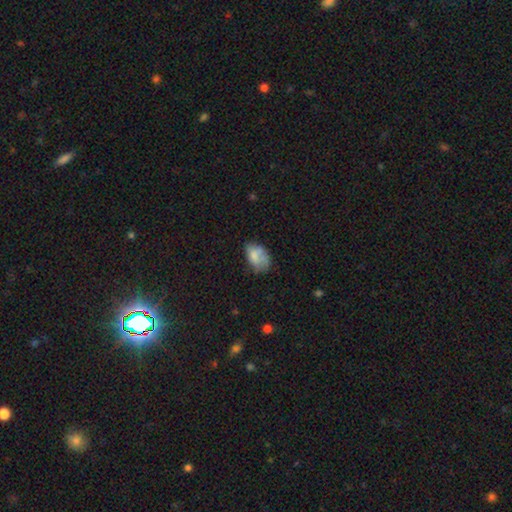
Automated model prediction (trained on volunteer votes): This appears to be a smooth galaxy with no disk features (69%) that is in between round and cigar-shaped (86%). Merging: none (45%).